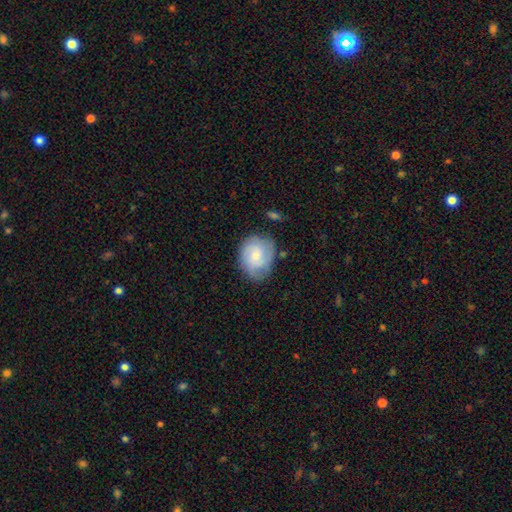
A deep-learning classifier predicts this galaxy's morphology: Smooth or featured? Predicted: smooth (p=0.53). How rounded? Predicted: round (p=0.61). Merging? Predicted: none (p=0.67).